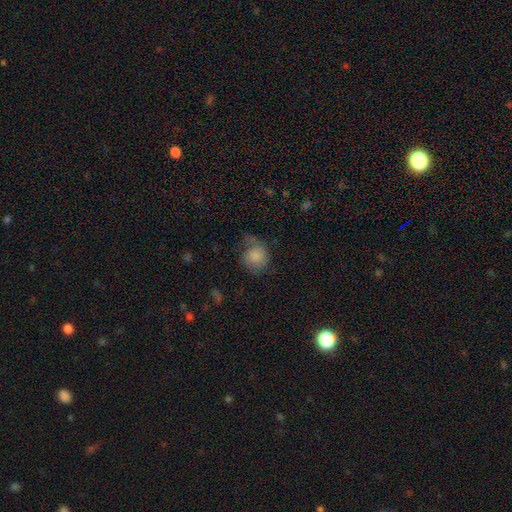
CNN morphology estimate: The model was most divided on "merging": none: 42%, minor disturbance: 30%, major disturbance: 22%, merger: 6%. More confident: smooth or featured — smooth (78%); how rounded — round (76%).